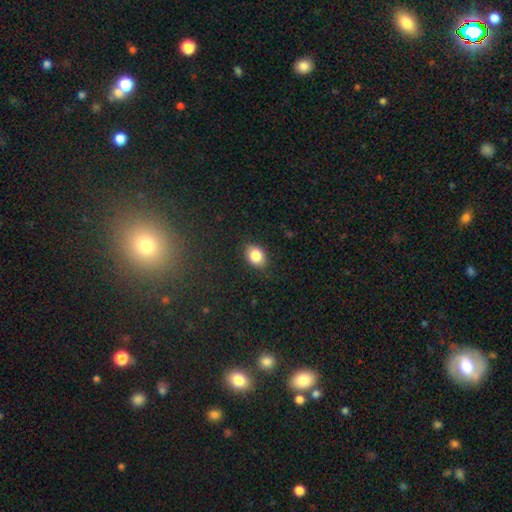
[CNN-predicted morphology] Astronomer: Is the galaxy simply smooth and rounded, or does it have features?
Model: smooth — 84%.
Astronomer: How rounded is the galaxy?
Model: in between — 73%.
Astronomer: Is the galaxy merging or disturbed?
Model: none — 84%.